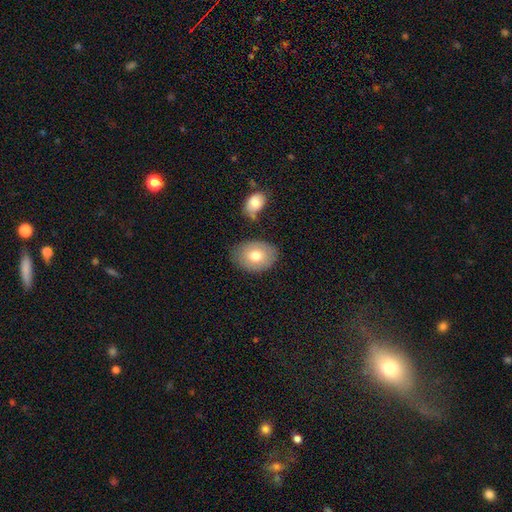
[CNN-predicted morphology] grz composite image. It shows a smooth galaxy with no disk features (73%) that is in between round and cigar-shaped (74%). Merging: none (75%).